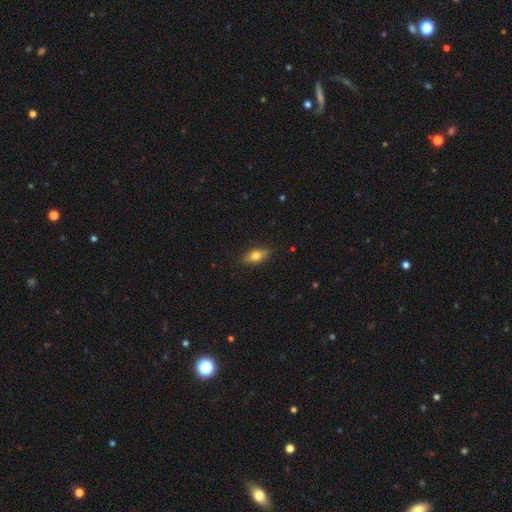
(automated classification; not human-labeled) Smooth or featured?
  - smooth: 62% *
  - featured or disk: 31%
  - star or artifact: 8%
How rounded?
  - in between: 74% *
  - cigar-shaped: 21%
  - round: 6%
Merging?
  - none: 85% *
  - minor disturbance: 12%
  - major disturbance: 2%
  - merger: 1%